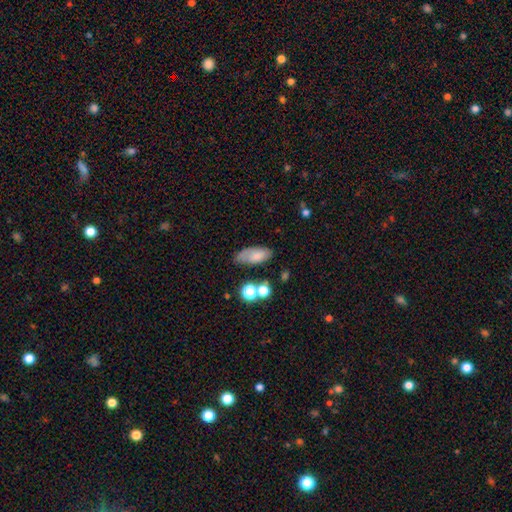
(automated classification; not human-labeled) A smooth galaxy with no disk features (75%) that is in between round and cigar-shaped (83%).

Vote fractions:
- Smooth or featured? smooth: 75% / featured or disk: 15% / star or artifact: 10%
- How rounded? in between: 83% / cigar-shaped: 14% / round: 4%
- Merging? none: 60% / minor disturbance: 25% / major disturbance: 9% / merger: 7%